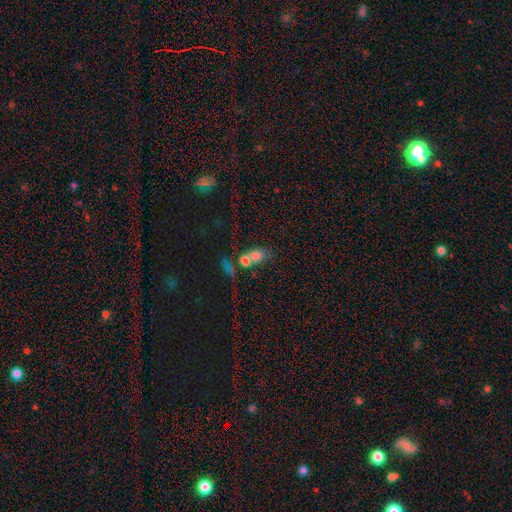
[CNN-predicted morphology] smooth 68%, featured or disk 16%, star or artifact 16%. Down the decision tree: how rounded — in between (51%); merging — merger (53%).